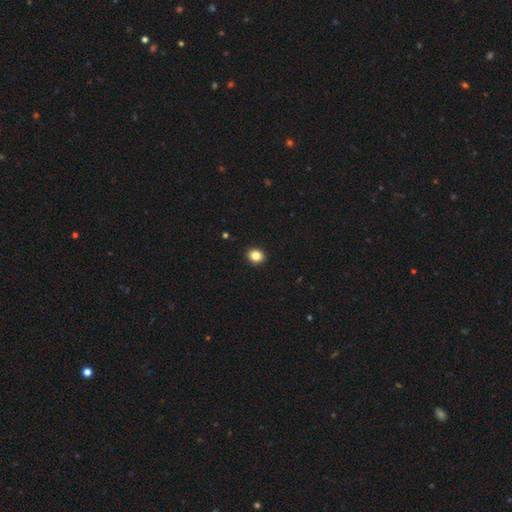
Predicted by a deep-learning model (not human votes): smooth-or-featured: smooth: 84% | star or artifact: 11% | featured or disk: 5%
  how-rounded: round: 68% | in between: 31% | cigar-shaped: 1%
  merging: none: 92% | minor disturbance: 5% | major disturbance: 1% | merger: 1%